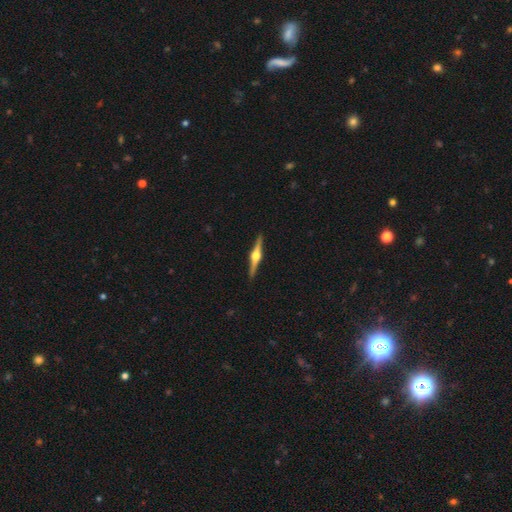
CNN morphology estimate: Smooth or featured? Predicted: featured or disk (p=0.85). Edge-on disk? Predicted: yes (p=0.99). Edge-on bulge? Predicted: rounded (p=0.95). Merging? Predicted: none (p=0.92).